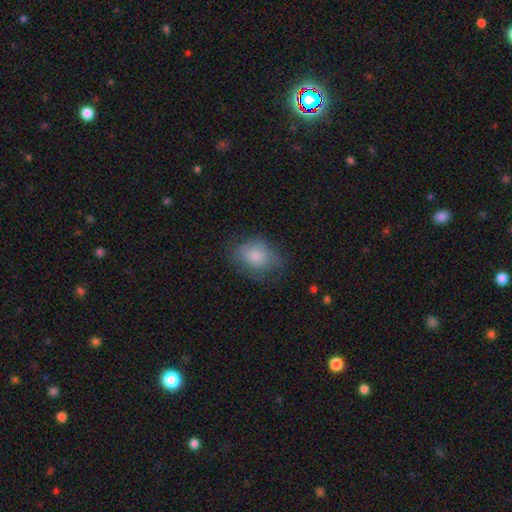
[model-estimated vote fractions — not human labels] Smooth or featured? smooth (77%)
How rounded? in between (69%)
Merging? none (57%)